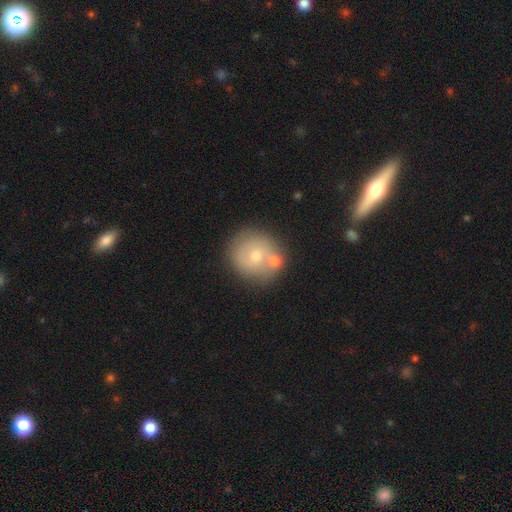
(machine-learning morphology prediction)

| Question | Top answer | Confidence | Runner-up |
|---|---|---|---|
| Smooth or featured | smooth | 63% | featured or disk (26%) |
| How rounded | round | 91% | in between (8%) |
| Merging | none | 67% | merger (19%) |